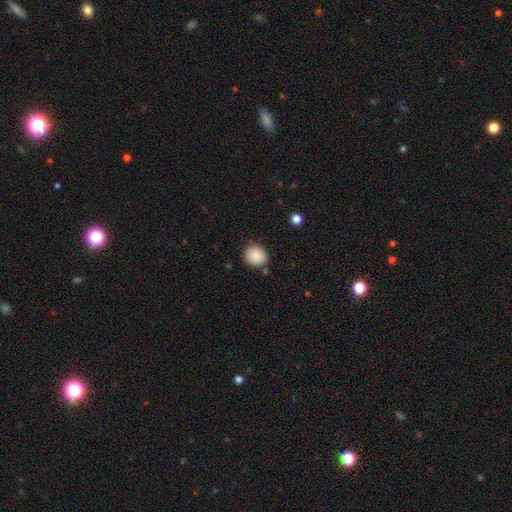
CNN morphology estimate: smooth 87%, star or artifact 8%, featured or disk 5%. Down the decision tree: how rounded — round (83%); merging — none (84%).